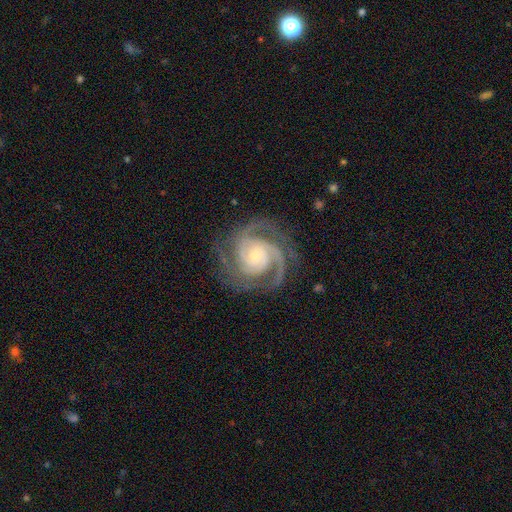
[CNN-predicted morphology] Q: Smooth or featured?
A: featured or disk (93%); runner-up: star or artifact (4%)
Q: Edge-on disk?
A: no (98%); runner-up: yes (2%)
Q: Bar?
A: no (66%); runner-up: weak (26%)
Q: Spiral arms?
A: yes (99%); runner-up: no (1%)
Q: Spiral winding?
A: tight (62%); runner-up: medium (35%)
Q: Spiral arm count?
A: 3 (47%); runner-up: 2 (29%)
Q: Bulge size?
A: small (69%); runner-up: moderate (23%)
Q: Merging?
A: none (78%); runner-up: minor disturbance (14%)